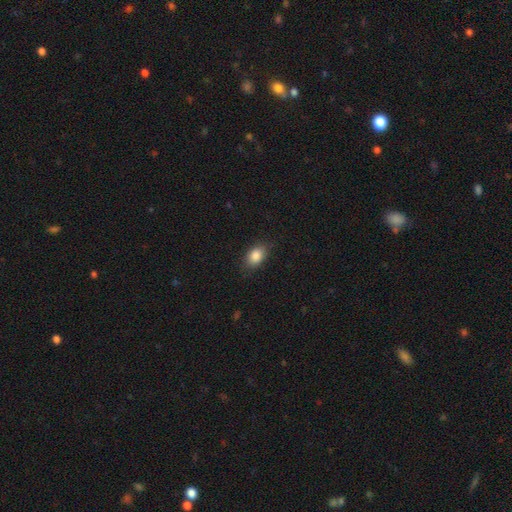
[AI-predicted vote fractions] This is clearly a smooth galaxy (86%). How rounded: clearly in between (81%). Merging: clearly none (82%).